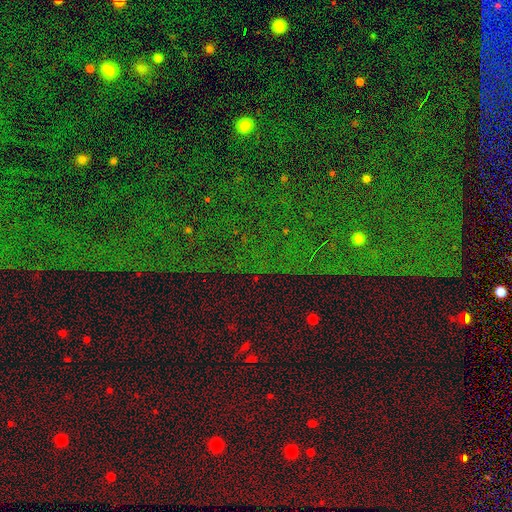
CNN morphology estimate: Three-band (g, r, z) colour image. It shows a star or artifact, not a galaxy (83%).